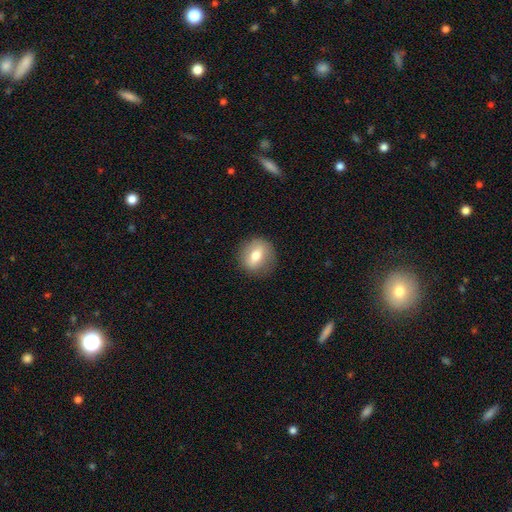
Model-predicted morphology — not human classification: A smooth galaxy with no disk features (65%) that is round (70%). Merging: none (85%).